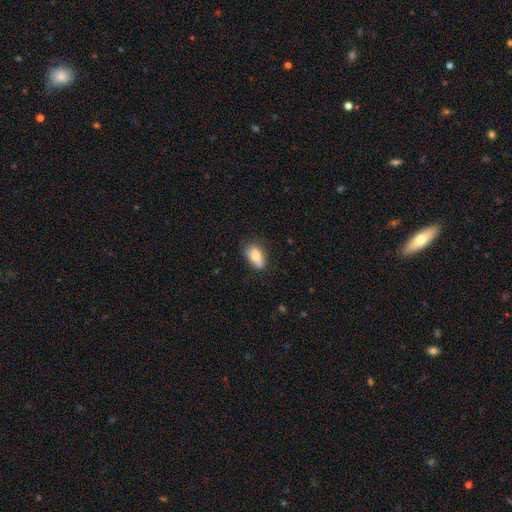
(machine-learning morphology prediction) The model was most divided on "merging": none: 63%, minor disturbance: 29%, major disturbance: 6%, merger: 2%. More confident: how rounded — in between (90%); smooth or featured — smooth (81%).